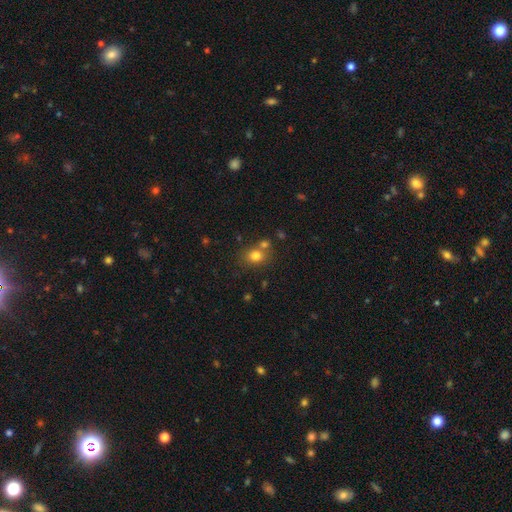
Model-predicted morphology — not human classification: Q: Smooth or featured?
A: smooth (78%); runner-up: star or artifact (13%)
Q: How rounded?
A: round (66%); runner-up: in between (33%)
Q: Merging?
A: none (61%); runner-up: merger (24%)